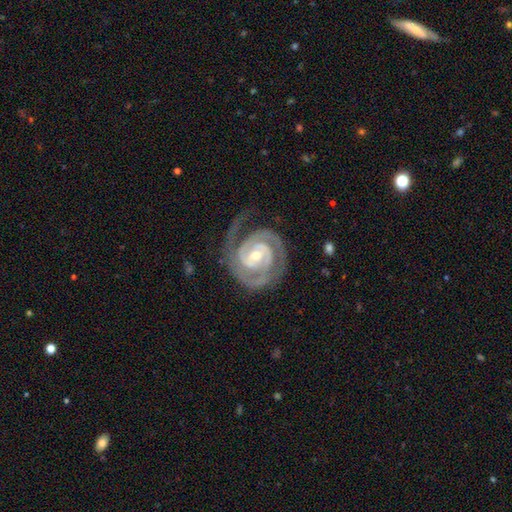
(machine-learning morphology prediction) A featured or disk galaxy (93%) with no bar (46%), 2 (73%) tight (71%) spiral arms (98%) and a small central bulge (55%). Merging: none (70%).